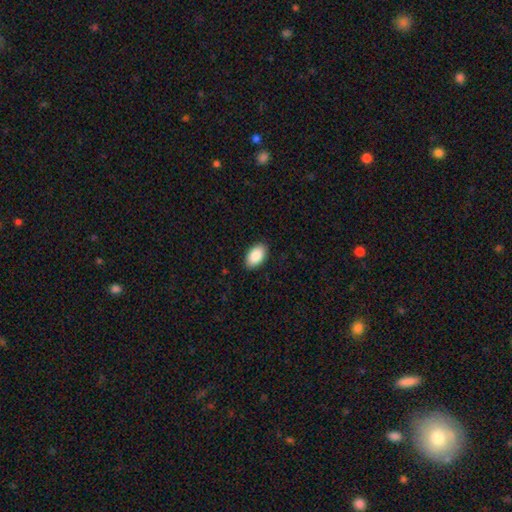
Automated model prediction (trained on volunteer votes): Smooth or featured?
  - smooth: 89% *
  - star or artifact: 6%
  - featured or disk: 4%
How rounded?
  - in between: 94% *
  - round: 4%
  - cigar-shaped: 1%
Merging?
  - none: 89% *
  - minor disturbance: 8%
  - major disturbance: 2%
  - merger: 1%